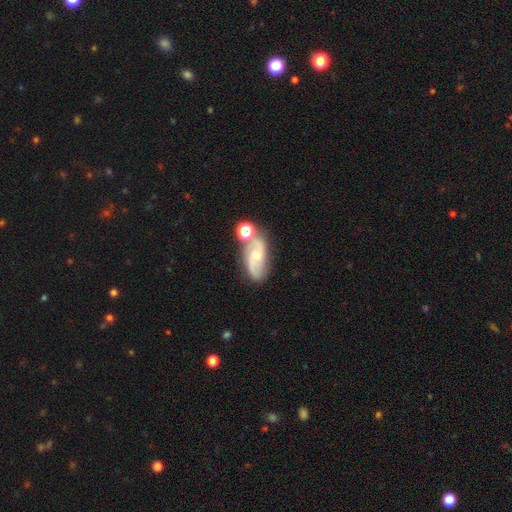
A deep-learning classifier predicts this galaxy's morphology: A featured or disk galaxy (68%) with no bar (60%), 2 (82%) medium (45%) spiral arms (91%) and a small central bulge (53%). Merging: none (56%).